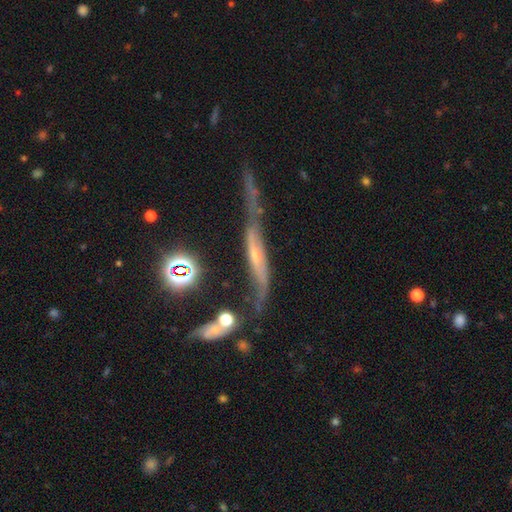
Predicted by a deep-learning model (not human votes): This is likely a featured or disk galaxy (70%). It is possibly viewed edge-on (59%). Merging: marginally none (35%).